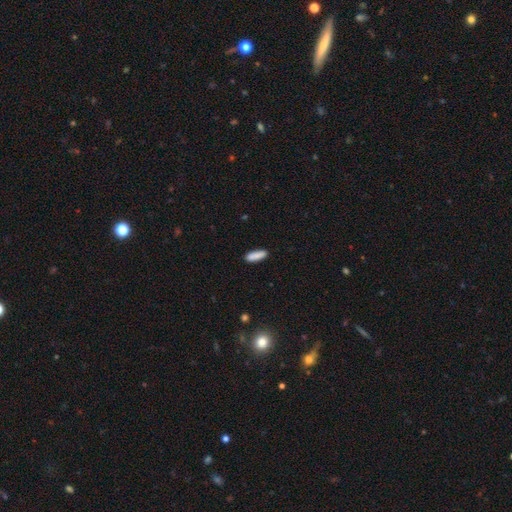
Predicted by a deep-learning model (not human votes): Morphology: type=smooth (87%); roundness=cigar-shaped (52%); merging=none (86%).